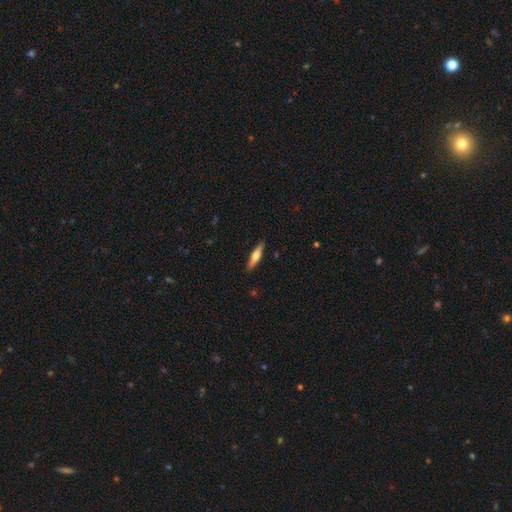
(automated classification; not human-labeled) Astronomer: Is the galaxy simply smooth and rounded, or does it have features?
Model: smooth — 51% (runner-up: featured or disk, 43%).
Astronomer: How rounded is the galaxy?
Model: cigar-shaped — 80%.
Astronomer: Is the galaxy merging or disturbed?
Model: none — 90%.